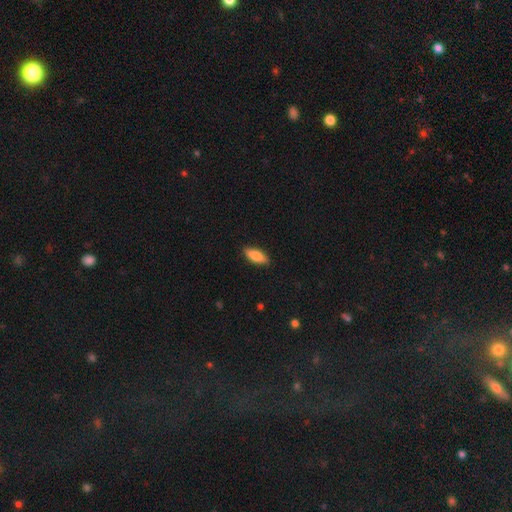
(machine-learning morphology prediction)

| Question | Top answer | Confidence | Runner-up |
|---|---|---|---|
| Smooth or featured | smooth | 79% | featured or disk (15%) |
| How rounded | in between | 70% | cigar-shaped (28%) |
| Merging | none | 88% | minor disturbance (9%) |